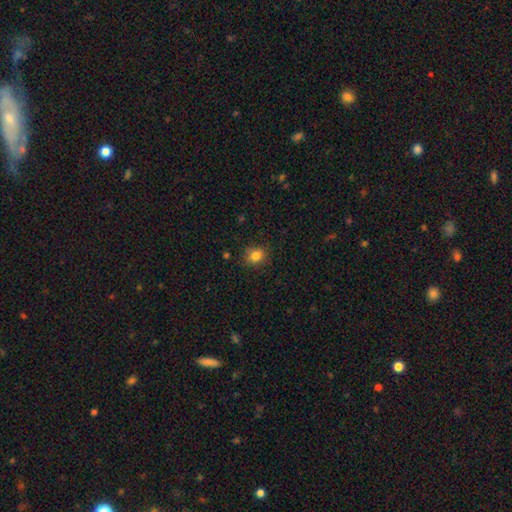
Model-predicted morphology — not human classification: This appears to be a smooth galaxy with no disk features (84%) that is round (68%). Merging: none (85%).